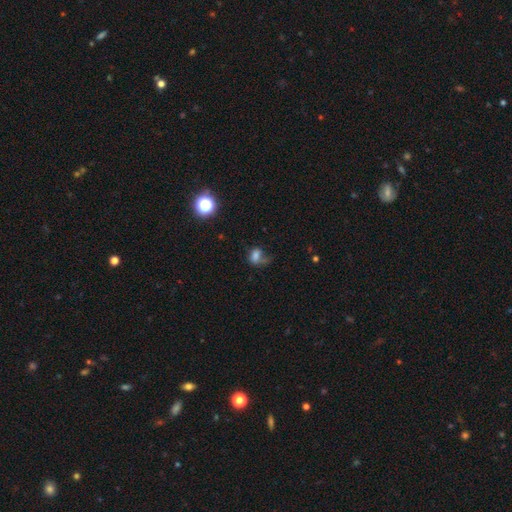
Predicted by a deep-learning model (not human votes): Smooth or featured: smooth — 63% (featured or disk — 19%)
How rounded: in between — 69% (round — 29%)
Merging: major disturbance — 41% (none — 29%)